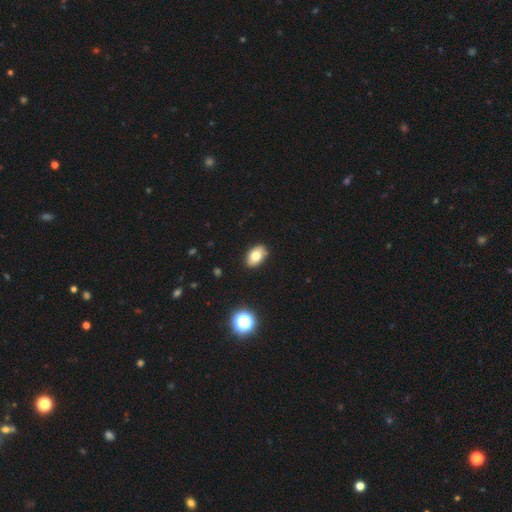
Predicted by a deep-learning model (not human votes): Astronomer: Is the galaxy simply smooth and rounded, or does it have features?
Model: smooth — 78%.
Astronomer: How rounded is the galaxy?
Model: in between — 89%.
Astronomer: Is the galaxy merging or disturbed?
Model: none — 87%.